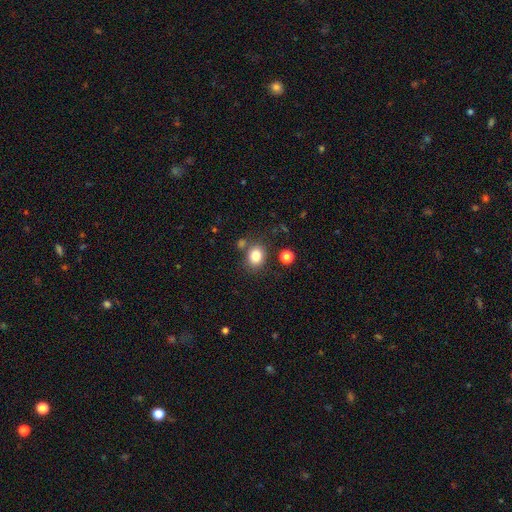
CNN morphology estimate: The model was most divided on "how rounded": round: 62%, in between: 37%, cigar-shaped: 1%. More confident: smooth or featured — smooth (82%); merging — none (76%).